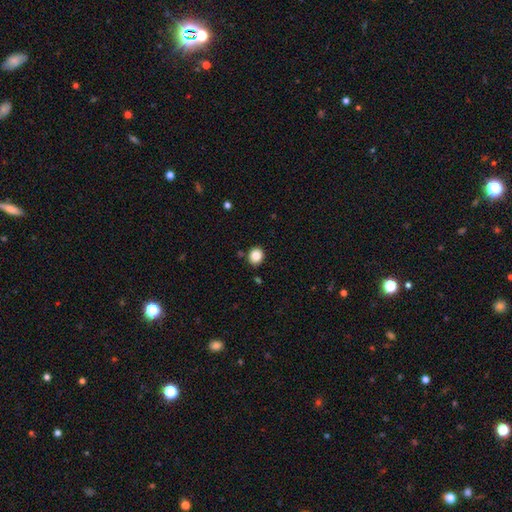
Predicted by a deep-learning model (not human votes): smooth-or-featured: smooth: 86% | star or artifact: 10% | featured or disk: 4%
  how-rounded: round: 72% | in between: 27% | cigar-shaped: 1%
  merging: none: 87% | minor disturbance: 8% | merger: 3% | major disturbance: 2%